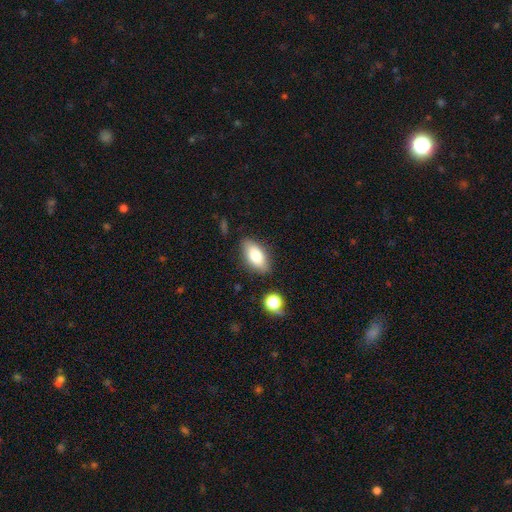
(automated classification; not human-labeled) Smooth or featured?
  - smooth: 79% *
  - featured or disk: 14%
  - star or artifact: 8%
How rounded?
  - in between: 88% *
  - cigar-shaped: 8%
  - round: 4%
Merging?
  - none: 82% *
  - minor disturbance: 12%
  - major disturbance: 3%
  - merger: 3%